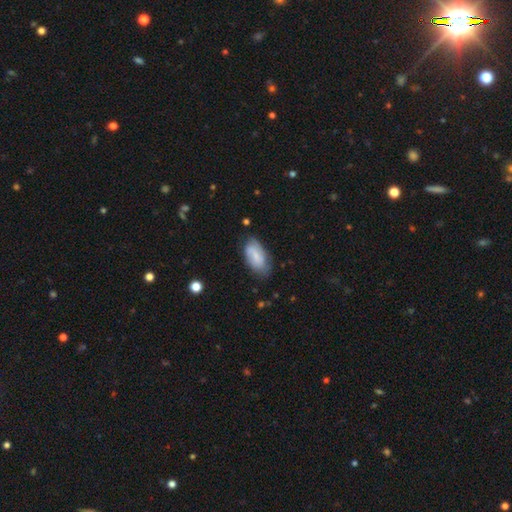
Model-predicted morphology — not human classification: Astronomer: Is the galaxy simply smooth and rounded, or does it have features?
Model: smooth — 60%.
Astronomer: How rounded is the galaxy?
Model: in between — 92%.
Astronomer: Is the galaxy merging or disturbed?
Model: none — 66%.